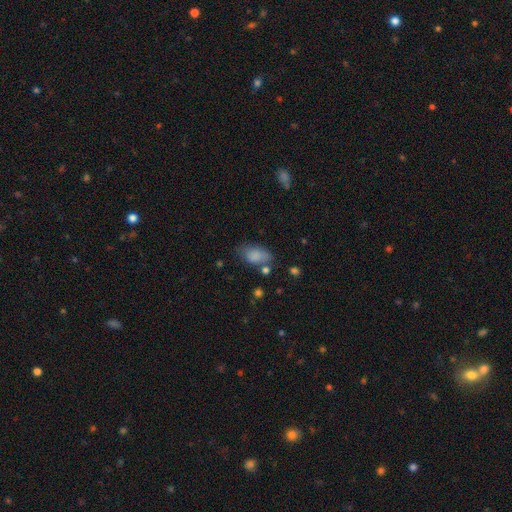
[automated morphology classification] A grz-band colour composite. It shows a smooth galaxy with no disk features (82%) that is in between round and cigar-shaped (90%). Merging: none (55%).